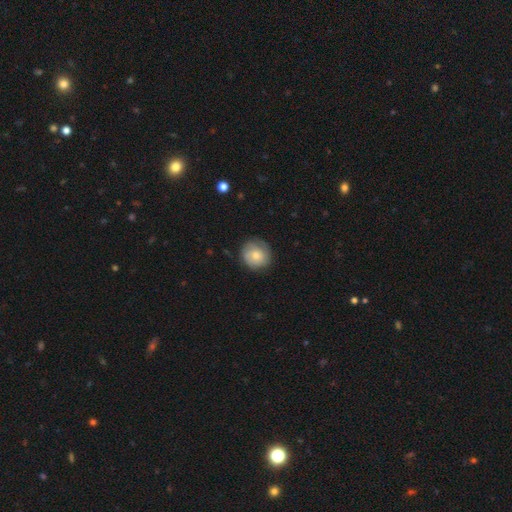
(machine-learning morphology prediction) Overall: smooth (68%). How rounded: round (90%). Merging: none (80%).